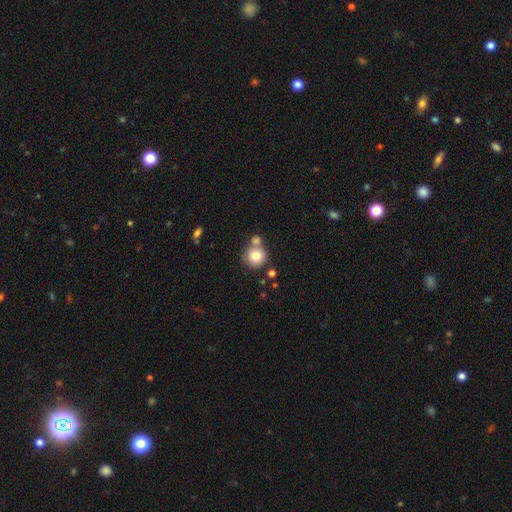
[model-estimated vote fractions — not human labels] smooth 80%, featured or disk 11%, star or artifact 10%. Down the decision tree: how rounded — round (90%); merging — none (57%).